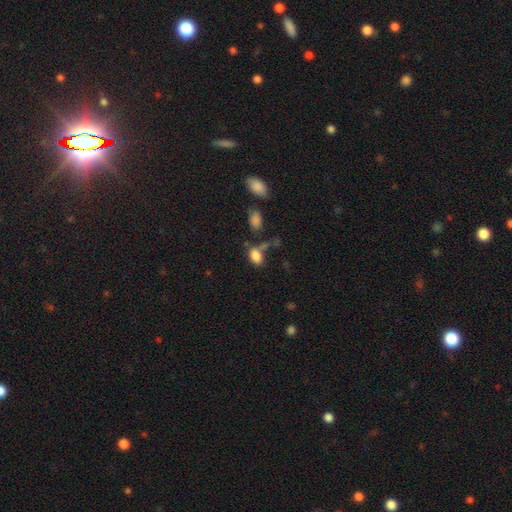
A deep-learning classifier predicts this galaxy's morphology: Overall: smooth (84%). How rounded: in between (88%). Merging: none (53%; merger 19%).